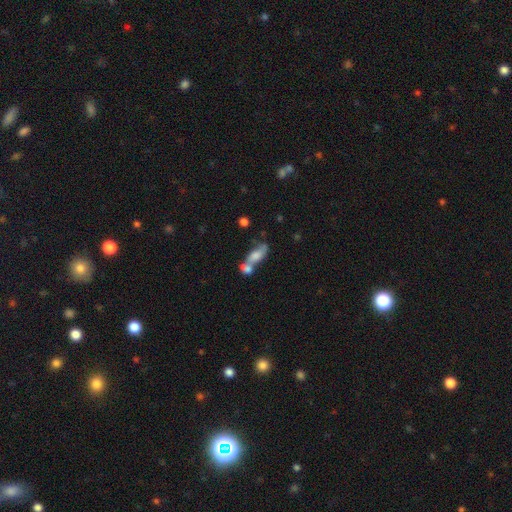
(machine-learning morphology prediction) smooth-or-featured: smooth: 64% | featured or disk: 27% | star or artifact: 9%
  how-rounded: in between: 72% | cigar-shaped: 21% | round: 7%
  merging: merger: 64% | none: 20% | minor disturbance: 9% | major disturbance: 7%